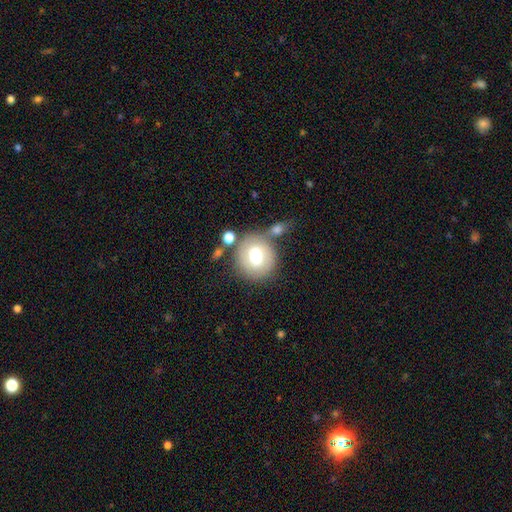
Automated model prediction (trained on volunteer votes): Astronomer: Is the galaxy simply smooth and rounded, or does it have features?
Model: smooth — 66%.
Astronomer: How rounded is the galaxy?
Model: round — 81%.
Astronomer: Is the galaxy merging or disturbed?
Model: none — 63%.